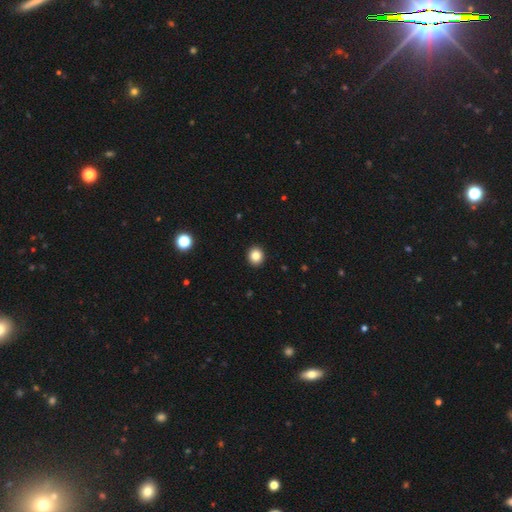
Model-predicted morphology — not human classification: A smooth galaxy with no disk features (84%) that is round (83%).

Vote fractions:
- Smooth or featured? smooth: 84% / star or artifact: 11% / featured or disk: 5%
- How rounded? round: 83% / in between: 16% / cigar-shaped: 1%
- Merging? none: 93% / minor disturbance: 5% / major disturbance: 1% / merger: 1%